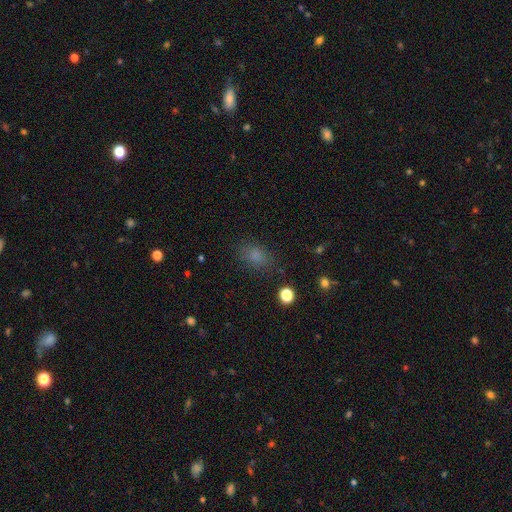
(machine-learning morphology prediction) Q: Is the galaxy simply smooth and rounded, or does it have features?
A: smooth — 77%.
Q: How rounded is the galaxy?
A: in between — 73%.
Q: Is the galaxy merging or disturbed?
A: none — 79%.